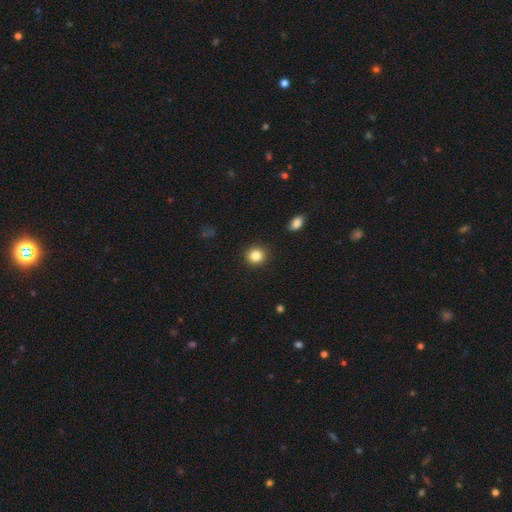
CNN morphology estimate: This appears to be a smooth galaxy with no disk features (85%) that is round (88%). Merging: none (90%).